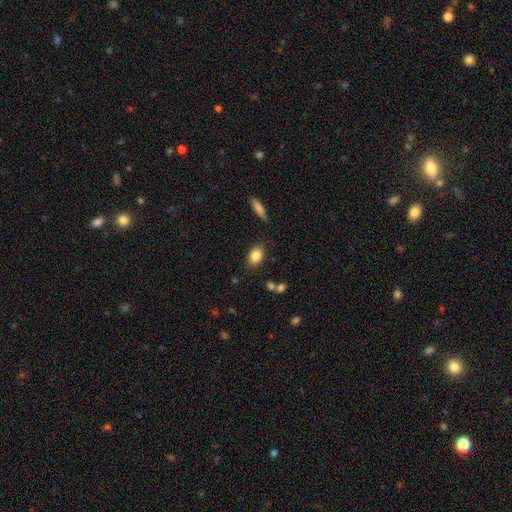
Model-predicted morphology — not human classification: Overall: smooth (84%). How rounded: in between (81%). Merging: none (81%).